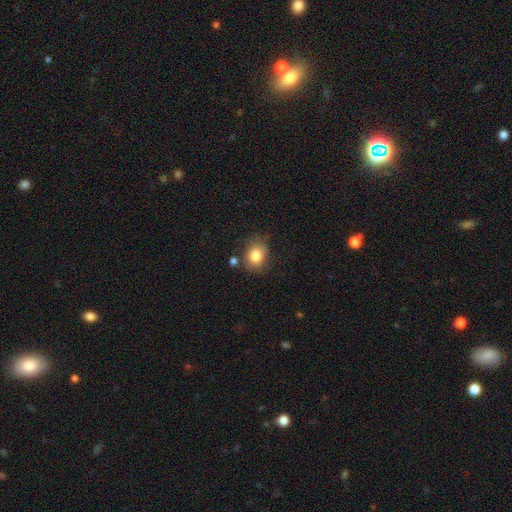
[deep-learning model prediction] Smooth or featured: smooth — 82% (star or artifact — 10%)
How rounded: round — 63% (in between — 36%)
Merging: none — 71% (minor disturbance — 17%)